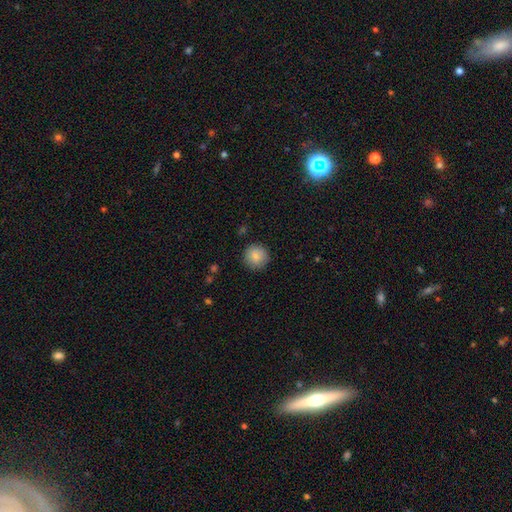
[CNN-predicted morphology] Overall: smooth (85%). How rounded: round (95%). Merging: none (88%).